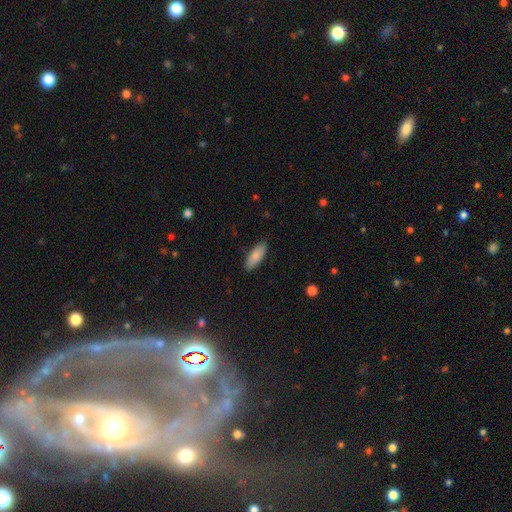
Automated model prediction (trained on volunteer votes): Morphology: type=smooth (86%); roundness=in between (70%); merging=none (88%).